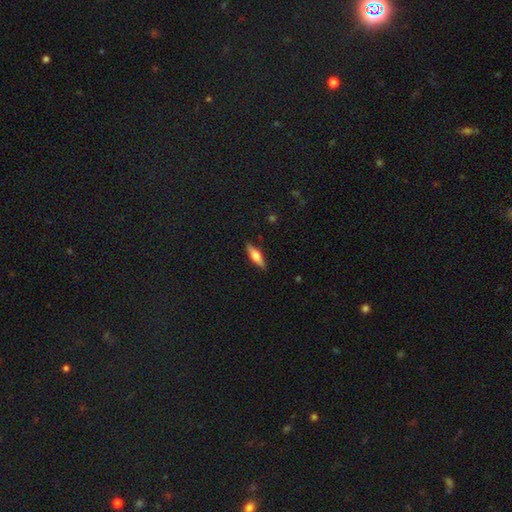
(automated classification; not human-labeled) A smooth galaxy with no disk features (50%) that is cigar-shaped (59%).

Vote fractions:
- Smooth or featured? smooth: 50% / featured or disk: 43% / star or artifact: 6%
- How rounded? cigar-shaped: 59% / in between: 38% / round: 3%
- Merging? none: 88% / minor disturbance: 9% / major disturbance: 2% / merger: 1%